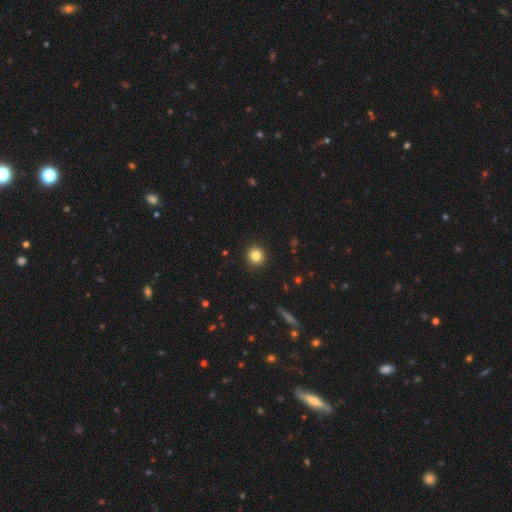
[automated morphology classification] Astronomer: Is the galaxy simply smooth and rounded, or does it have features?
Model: smooth — 83%.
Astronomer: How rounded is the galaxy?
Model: round — 92%.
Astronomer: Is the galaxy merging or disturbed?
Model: none — 92%.